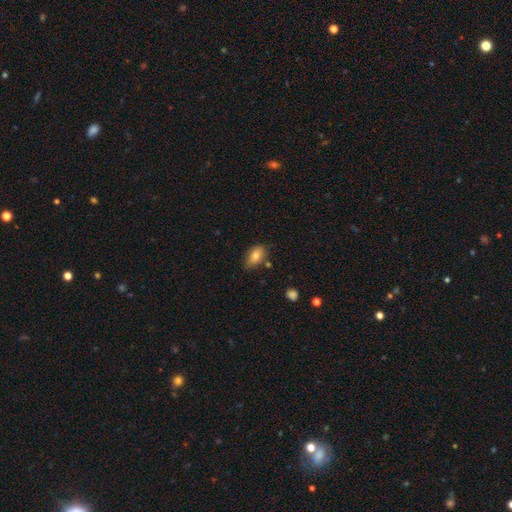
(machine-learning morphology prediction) Smooth or featured? Predicted: smooth (p=0.76). How rounded? Predicted: in between (p=0.88). Merging? Predicted: none (p=0.73).